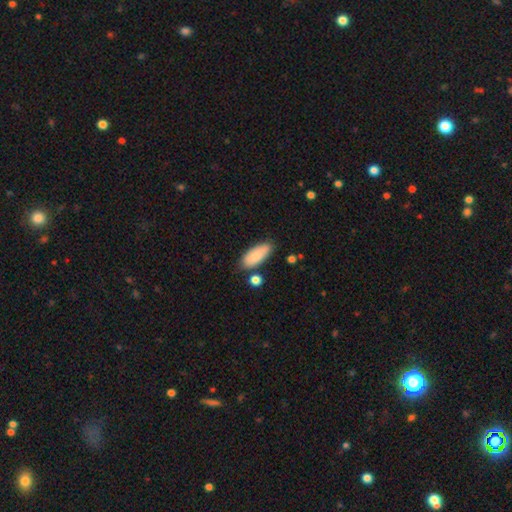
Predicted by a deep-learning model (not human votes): smooth-or-featured: smooth: 83% | featured or disk: 11% | star or artifact: 6%
  how-rounded: in between: 84% | cigar-shaped: 14% | round: 2%
  merging: none: 75% | minor disturbance: 16% | merger: 6% | major disturbance: 3%